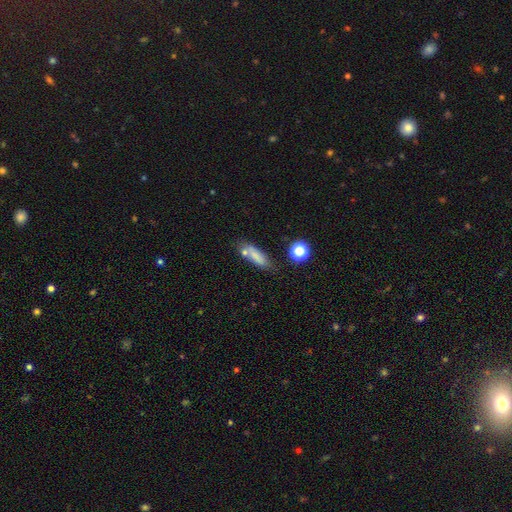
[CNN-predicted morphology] Smooth or featured: smooth — 73% (featured or disk — 15%)
How rounded: in between — 51% (cigar-shaped — 44%)
Merging: none — 59% (minor disturbance — 19%)